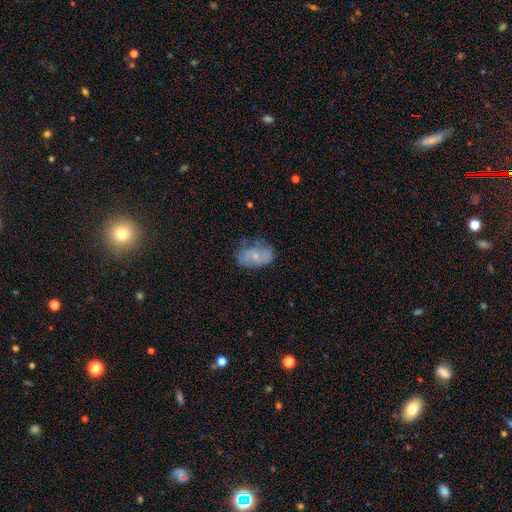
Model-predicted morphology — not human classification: Smooth or featured?
  - smooth: 47% *
  - featured or disk: 43%
  - star or artifact: 9%
Merging?
  - none: 53% *
  - minor disturbance: 31%
  - major disturbance: 13%
  - merger: 3%